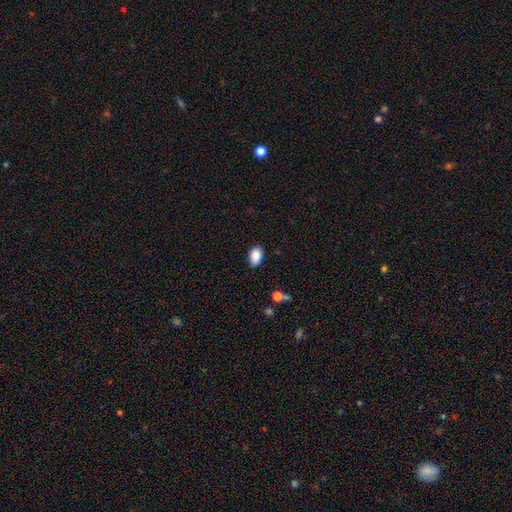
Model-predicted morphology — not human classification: A smooth galaxy with no disk features (88%) that is in between round and cigar-shaped (90%).

Vote fractions:
- Smooth or featured? smooth: 88% / star or artifact: 8% / featured or disk: 4%
- How rounded? in between: 90% / round: 9% / cigar-shaped: 1%
- Merging? none: 82% / minor disturbance: 14% / major disturbance: 2% / merger: 1%